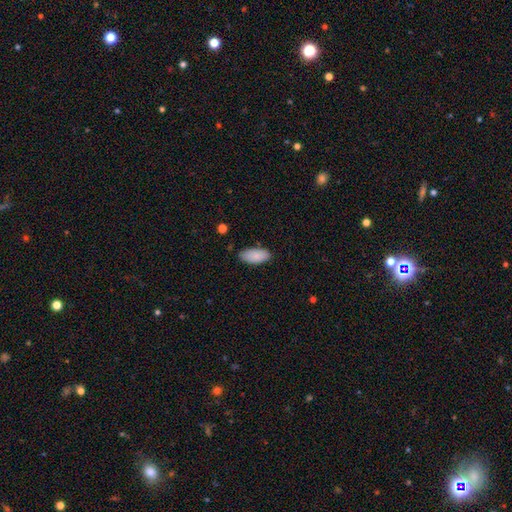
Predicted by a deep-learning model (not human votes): smooth 88%, star or artifact 6%, featured or disk 6%. Down the decision tree: how rounded — in between (91%); merging — none (81%).